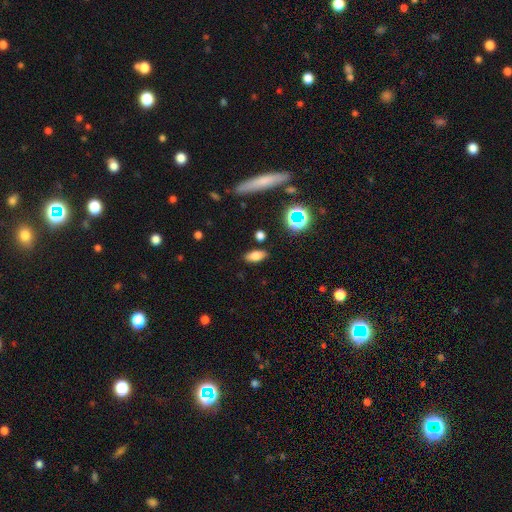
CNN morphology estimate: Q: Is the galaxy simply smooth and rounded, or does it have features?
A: smooth — 75%.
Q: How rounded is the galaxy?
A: in between — 84%.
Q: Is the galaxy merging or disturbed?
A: none — 85%.